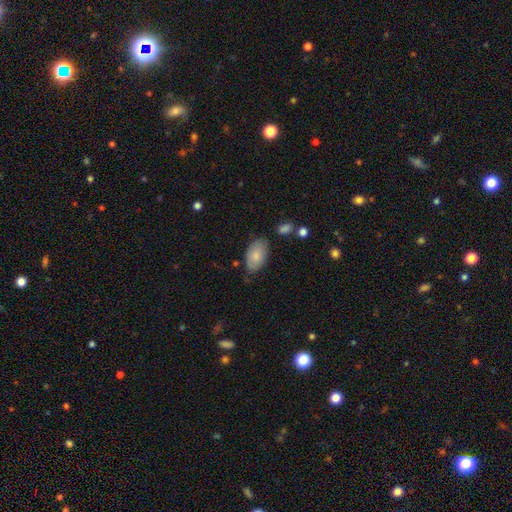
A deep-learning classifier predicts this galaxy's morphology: Q: Smooth or featured?
A: smooth (81%); runner-up: featured or disk (13%)
Q: How rounded?
A: in between (94%); runner-up: round (4%)
Q: Merging?
A: none (71%); runner-up: minor disturbance (21%)